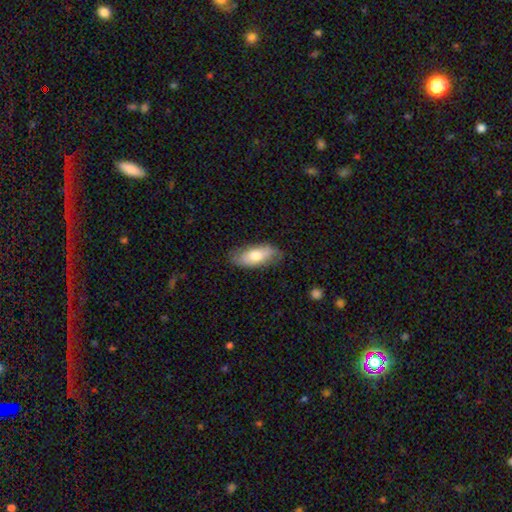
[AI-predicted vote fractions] Smooth or featured? Predicted: smooth (p=0.67). How rounded? Predicted: in between (p=0.83). Merging? Predicted: none (p=0.75).